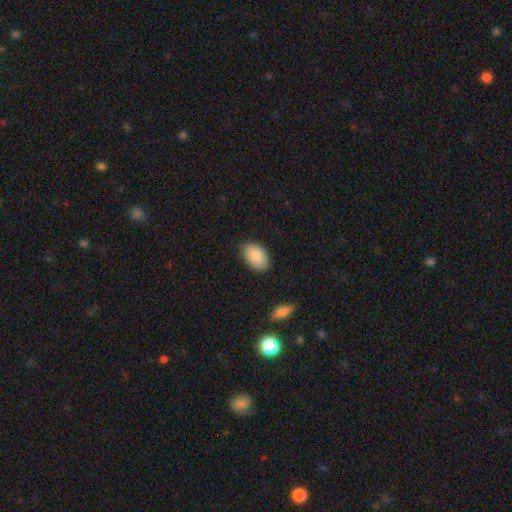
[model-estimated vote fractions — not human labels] Morphology: type=smooth (88%); roundness=in between (92%); merging=none (79%).